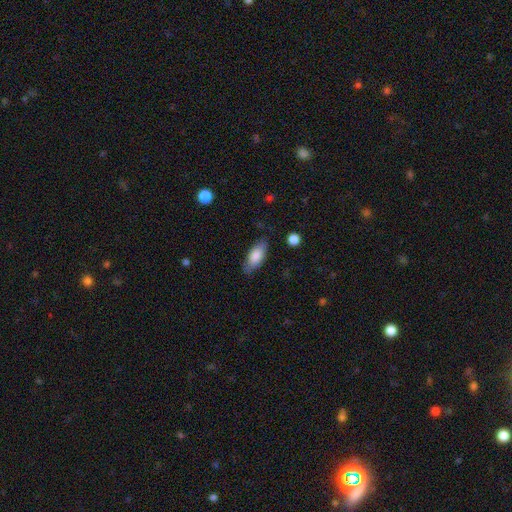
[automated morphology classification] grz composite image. It shows a smooth galaxy with no disk features (81%) that is in between round and cigar-shaped (85%). Merging: none (79%).